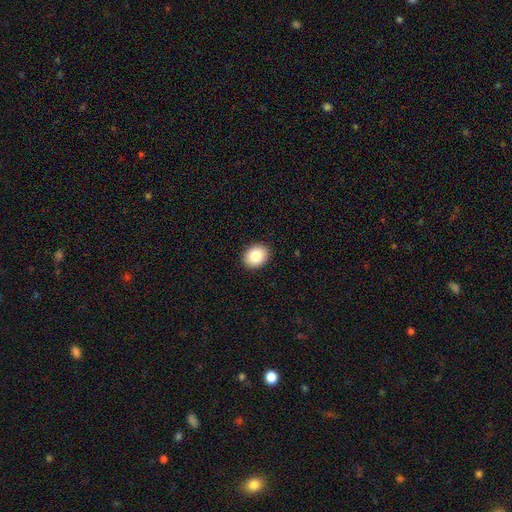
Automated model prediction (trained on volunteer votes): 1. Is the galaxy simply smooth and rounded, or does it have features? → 83% smooth, 8% star or artifact, 8% featured or disk.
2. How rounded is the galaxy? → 51% in between, 48% round, 1% cigar-shaped.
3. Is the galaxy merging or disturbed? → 91% none, 6% minor disturbance, 2% major disturbance, 1% merger.